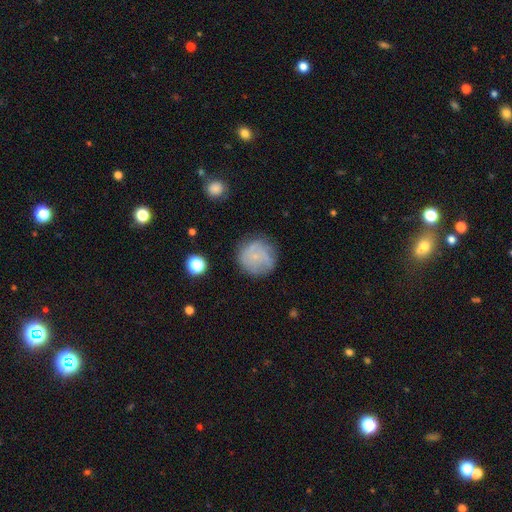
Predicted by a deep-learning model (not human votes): This appears to be a smooth galaxy with no disk features (50%) that is round (92%). Merging: none (73%).